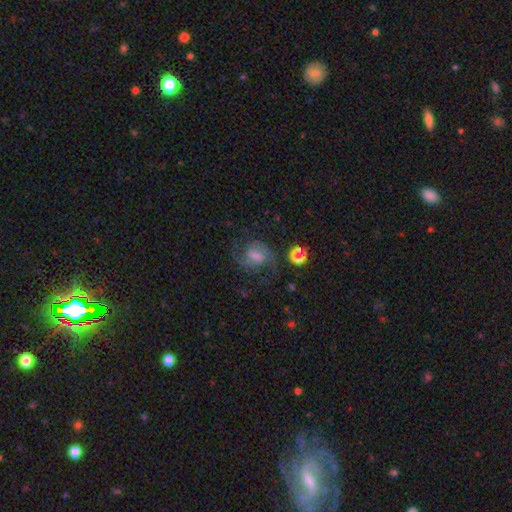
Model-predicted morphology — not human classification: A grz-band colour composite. It shows a featured or disk galaxy (76%) with a weak bar (55%), 2 (87%) medium (58%) spiral arms (95%) and a moderate central bulge (37%). Merging: none (72%).